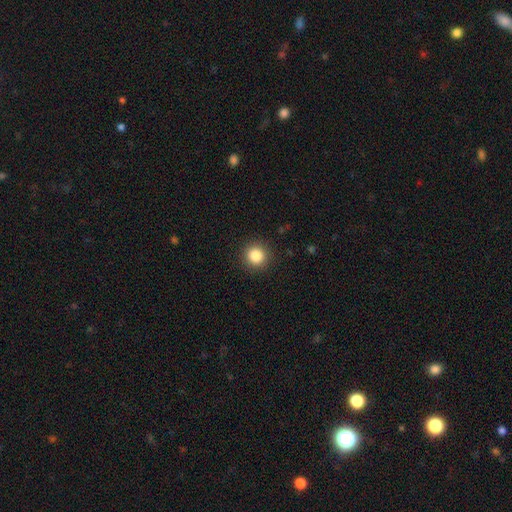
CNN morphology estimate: smooth_or_featured: smooth (p=0.84) [alt: star or artifact p=0.11]
how_rounded: round (p=0.94) [alt: in between p=0.05]
merging: none (p=0.91) [alt: minor disturbance p=0.06]